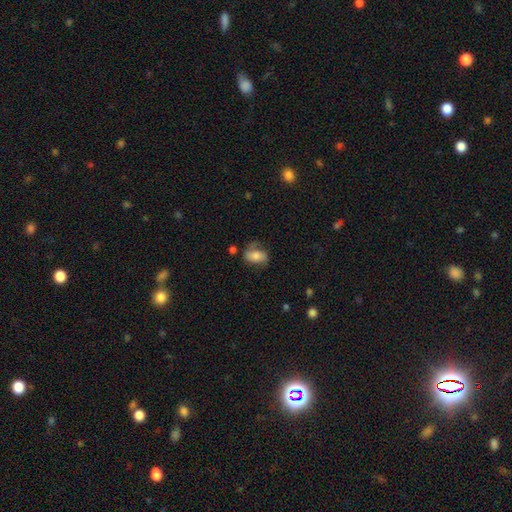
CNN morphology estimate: smooth-or-featured: smooth: 62% | featured or disk: 30% | star or artifact: 9%
  how-rounded: in between: 87% | round: 11% | cigar-shaped: 3%
  merging: none: 48% | minor disturbance: 28% | major disturbance: 20% | merger: 5%